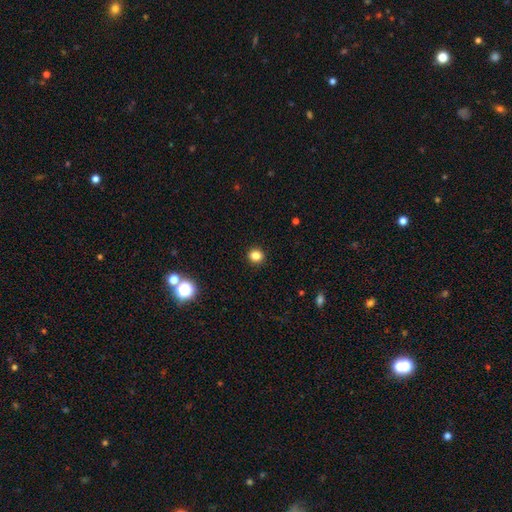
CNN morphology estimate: A smooth galaxy with no disk features (83%) that is round (86%).

Vote fractions:
- Smooth or featured? smooth: 83% / star or artifact: 13% / featured or disk: 5%
- How rounded? round: 86% / in between: 13% / cigar-shaped: 1%
- Merging? none: 92% / minor disturbance: 5% / major disturbance: 2% / merger: 1%